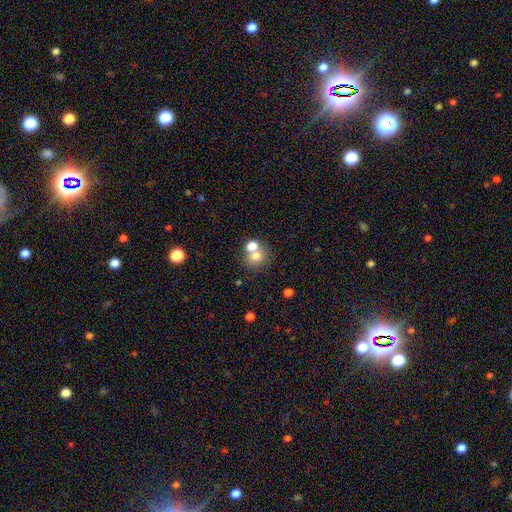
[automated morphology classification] A smooth galaxy with no disk features (73%) that is round (78%).

Vote fractions:
- Smooth or featured? smooth: 73% / featured or disk: 14% / star or artifact: 13%
- How rounded? round: 78% / in between: 21% / cigar-shaped: 1%
- Merging? none: 44% (tied) / merger: 44% (tied) / minor disturbance: 8% / major disturbance: 4%